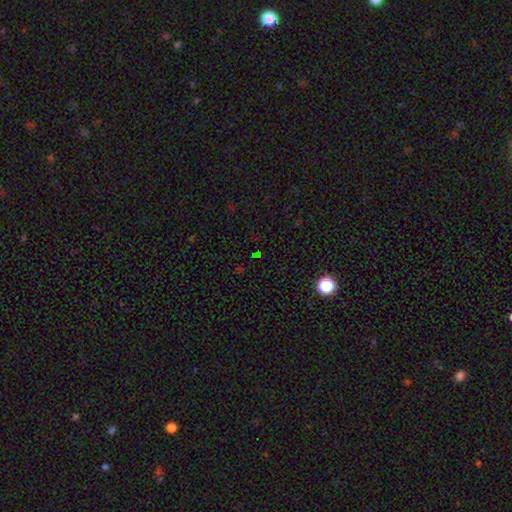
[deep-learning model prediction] Smooth or featured? Predicted: star or artifact (p=0.66).